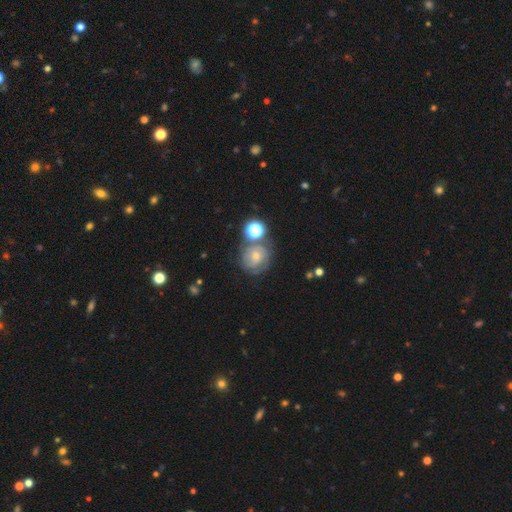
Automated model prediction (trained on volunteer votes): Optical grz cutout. It shows a featured or disk galaxy (47%). Merging: none (72%).